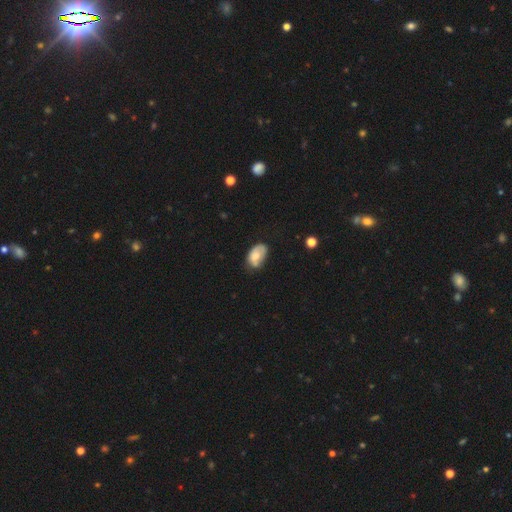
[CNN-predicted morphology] smooth-or-featured: smooth: 66% | featured or disk: 26% | star or artifact: 8%
  how-rounded: in between: 90% | round: 9% | cigar-shaped: 1%
  merging: none: 44% | minor disturbance: 38% | major disturbance: 14% | merger: 4%